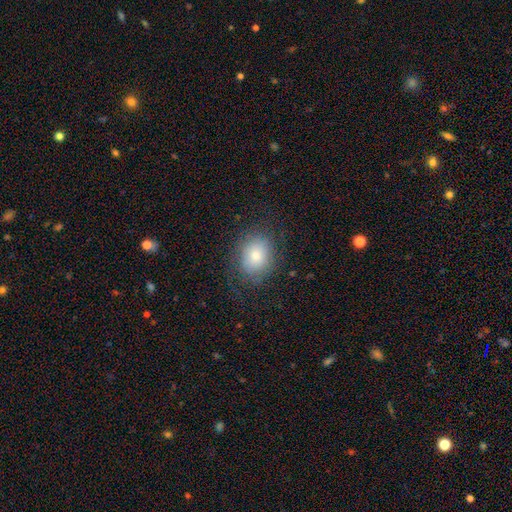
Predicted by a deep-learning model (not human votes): Q: Smooth or featured?
A: smooth (76%); runner-up: featured or disk (14%)
Q: How rounded?
A: round (54%); runner-up: in between (45%)
Q: Merging?
A: none (74%); runner-up: minor disturbance (16%)